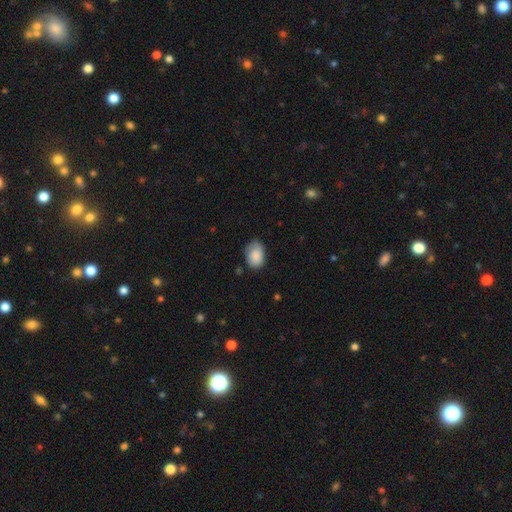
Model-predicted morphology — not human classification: type=smooth (86%); roundness=in between (79%); merging=none (64%).